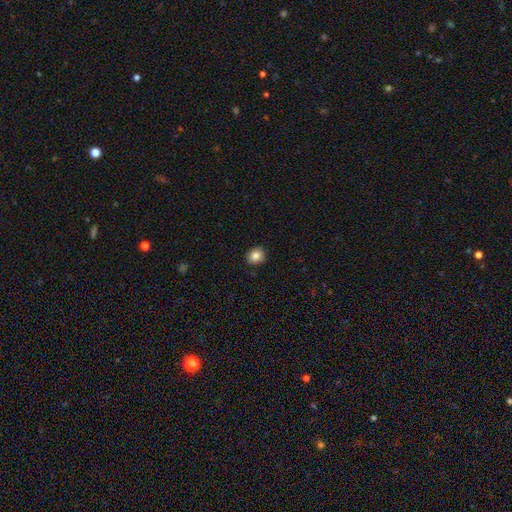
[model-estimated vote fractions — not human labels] Q: Smooth or featured?
A: smooth (85%); runner-up: star or artifact (10%)
Q: How rounded?
A: round (72%); runner-up: in between (27%)
Q: Merging?
A: none (89%); runner-up: minor disturbance (8%)